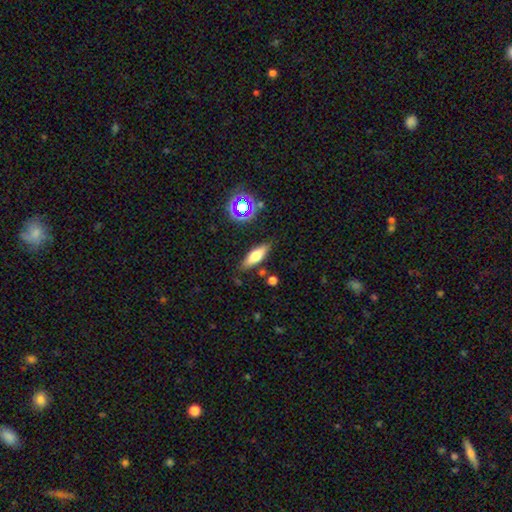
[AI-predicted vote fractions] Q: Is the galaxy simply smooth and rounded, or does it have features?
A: smooth — 63%.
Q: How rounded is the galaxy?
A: in between — 53%.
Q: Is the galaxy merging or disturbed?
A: none — 81%.